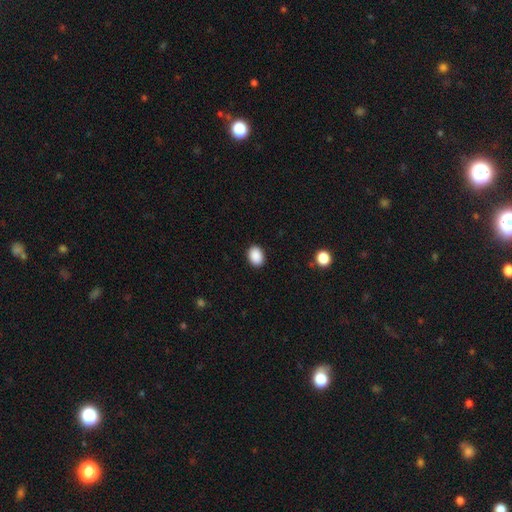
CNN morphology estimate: Overall: smooth (90%). How rounded: in between (71%). Merging: none (90%).